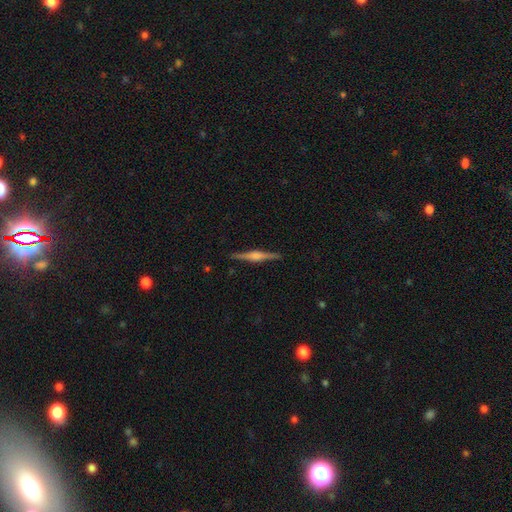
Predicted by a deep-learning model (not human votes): featured or disk 83%, smooth 12%, star or artifact 5%. Down the decision tree: edge-on disk — yes (98%); edge-on bulge — rounded (80%); merging — none (91%).